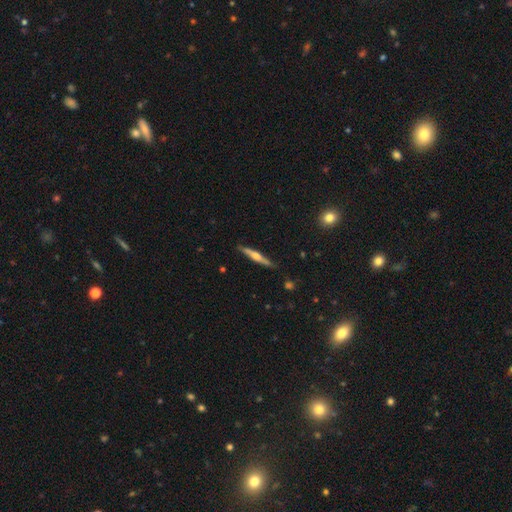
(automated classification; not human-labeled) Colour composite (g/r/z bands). It shows a featured or disk galaxy (64%) viewed edge-on (97%) with a rounded central bulge (84%). Merging: none (87%).